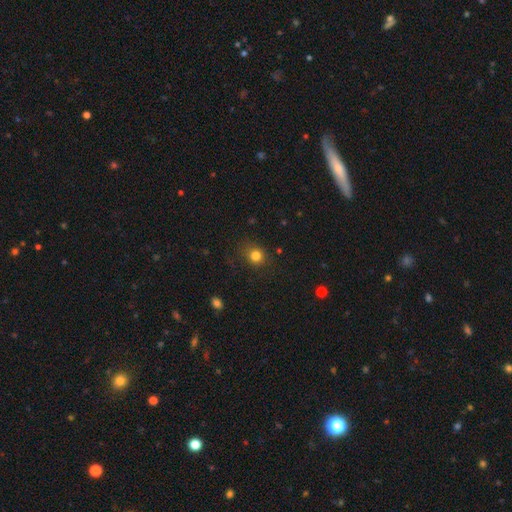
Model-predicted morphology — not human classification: Overall: smooth (81%). How rounded: round (79%). Merging: none (81%).